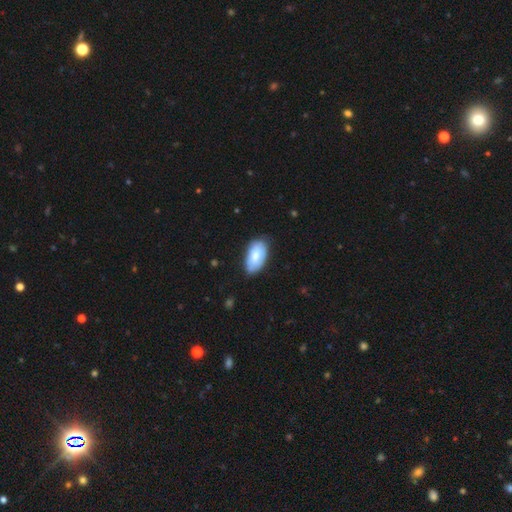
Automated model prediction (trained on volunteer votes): Morphology: type=smooth (69%); roundness=in between (95%); merging=none (70%).